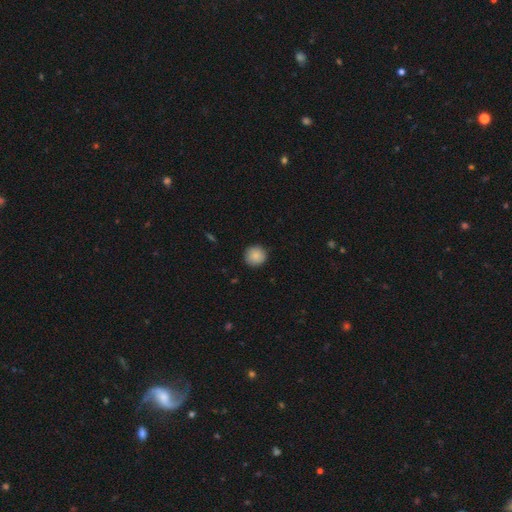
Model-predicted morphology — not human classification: This appears to be a smooth galaxy with no disk features (87%) that is round (93%). Merging: none (90%).